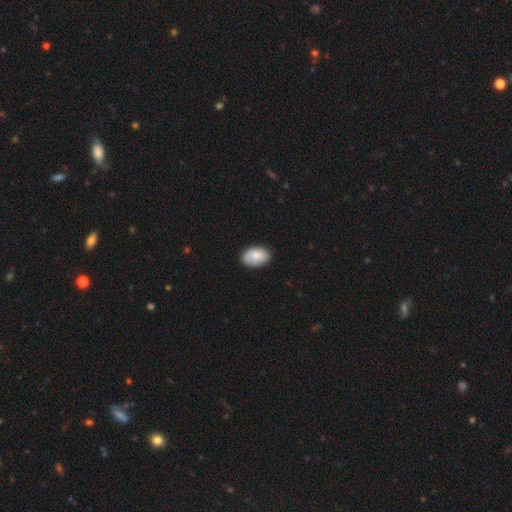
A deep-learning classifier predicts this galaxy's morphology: type=smooth (80%); roundness=in between (89%); merging=none (79%).